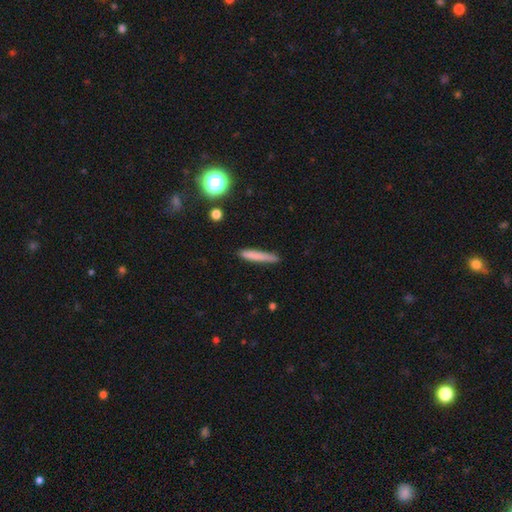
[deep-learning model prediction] Smooth or featured: smooth — 75% (featured or disk — 16%)
How rounded: cigar-shaped — 94% (in between — 5%)
Merging: none — 83% (minor disturbance — 12%)